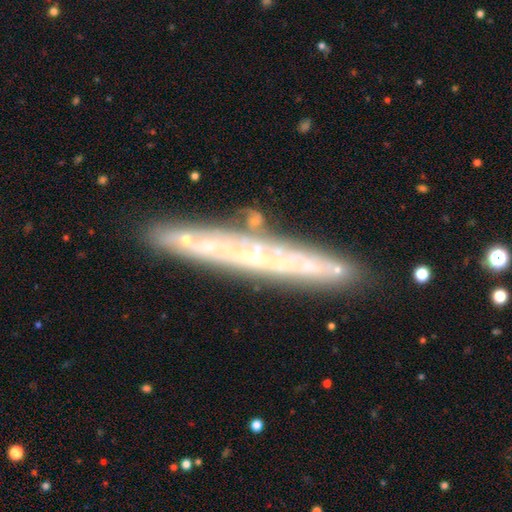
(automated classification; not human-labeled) A featured or disk galaxy (70%) viewed edge-on (83%) with no central bulge (79%). Merging: none (85%).